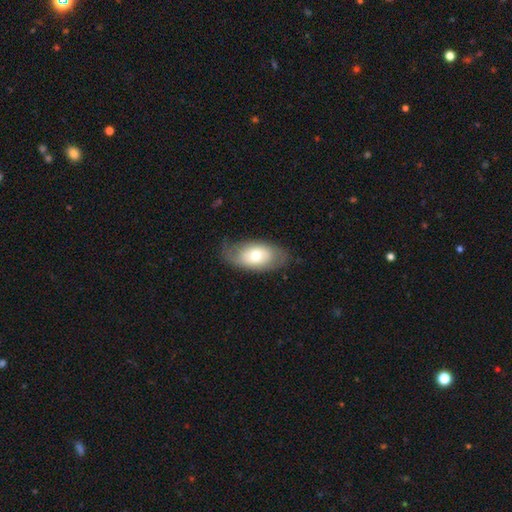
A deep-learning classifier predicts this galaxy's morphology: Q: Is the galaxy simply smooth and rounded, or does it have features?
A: smooth — 60%.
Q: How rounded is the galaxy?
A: in between — 91%.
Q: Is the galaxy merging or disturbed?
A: none — 74%.